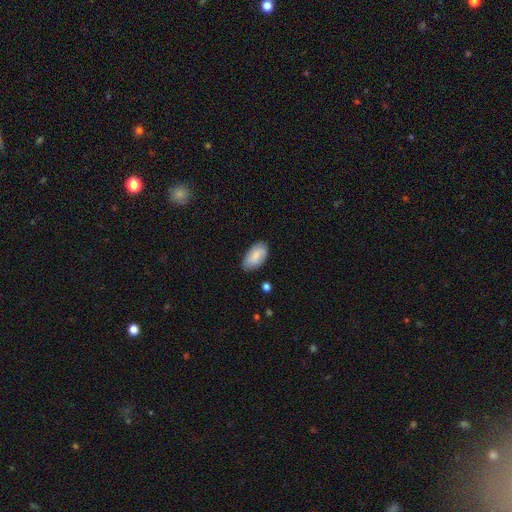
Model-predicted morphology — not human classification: Smooth or featured: smooth — 80% (featured or disk — 13%)
How rounded: in between — 94% (round — 3%)
Merging: none — 74% (minor disturbance — 21%)